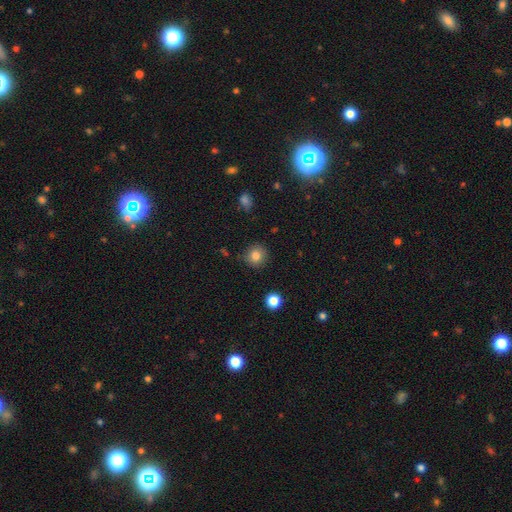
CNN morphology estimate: smooth 82%, star or artifact 11%, featured or disk 7%. Down the decision tree: how rounded — round (91%); merging — none (87%).